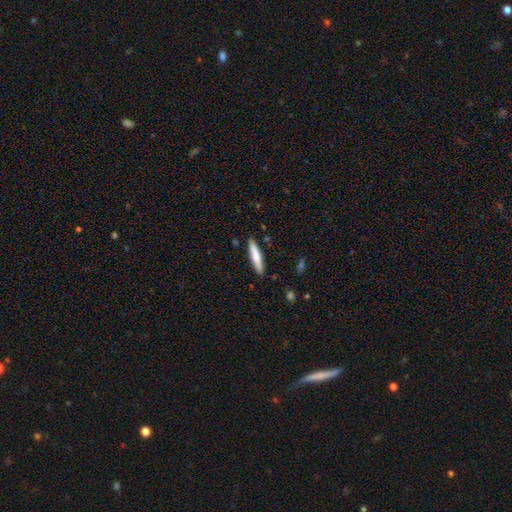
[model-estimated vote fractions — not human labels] This appears to be a smooth galaxy with no disk features (70%) that is cigar-shaped (88%). Merging: none (89%).